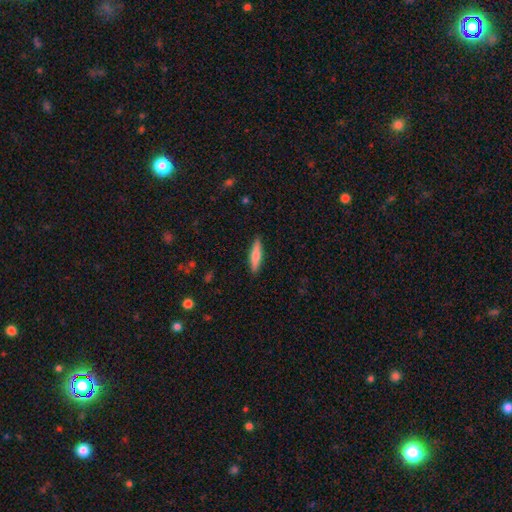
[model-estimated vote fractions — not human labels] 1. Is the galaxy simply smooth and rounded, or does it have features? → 72% smooth, 23% featured or disk, 5% star or artifact.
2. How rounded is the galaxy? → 83% cigar-shaped, 15% in between, 2% round.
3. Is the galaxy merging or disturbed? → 91% none, 7% minor disturbance, 2% major disturbance, 1% merger.